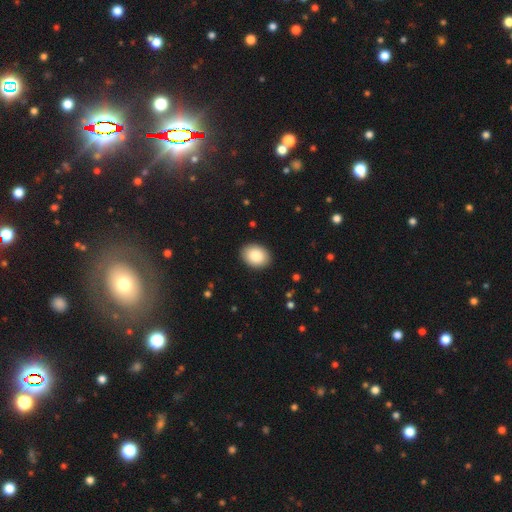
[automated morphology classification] Smooth or featured? Predicted: smooth (p=0.88). How rounded? Predicted: in between (p=0.67). Merging? Predicted: none (p=0.90).